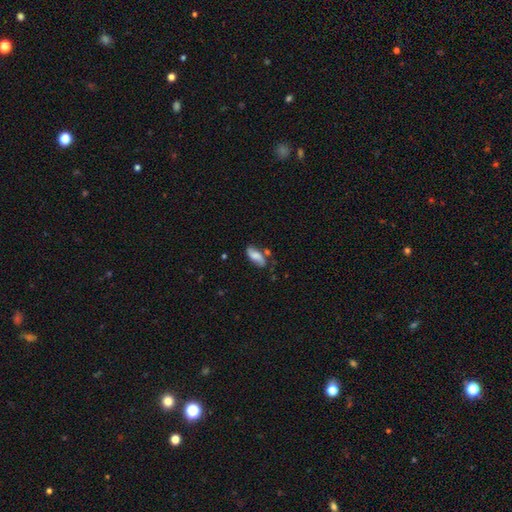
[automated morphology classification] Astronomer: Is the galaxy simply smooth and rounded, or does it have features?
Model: smooth — 54% (runner-up: featured or disk, 37%).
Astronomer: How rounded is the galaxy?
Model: in between — 82%.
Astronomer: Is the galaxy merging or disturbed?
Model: none — 57%.